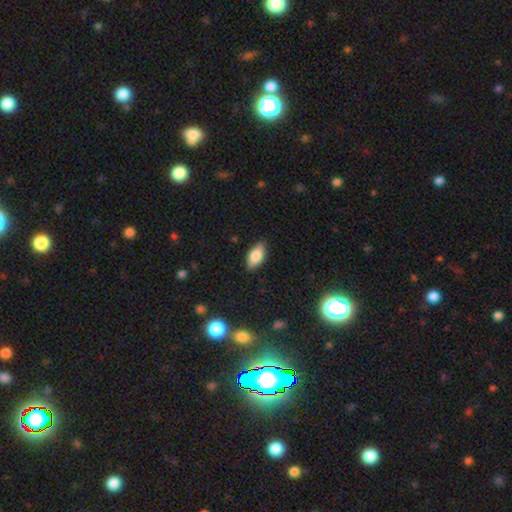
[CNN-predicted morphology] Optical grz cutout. It shows a smooth galaxy with no disk features (78%) that is in between round and cigar-shaped (89%). Merging: none (86%).